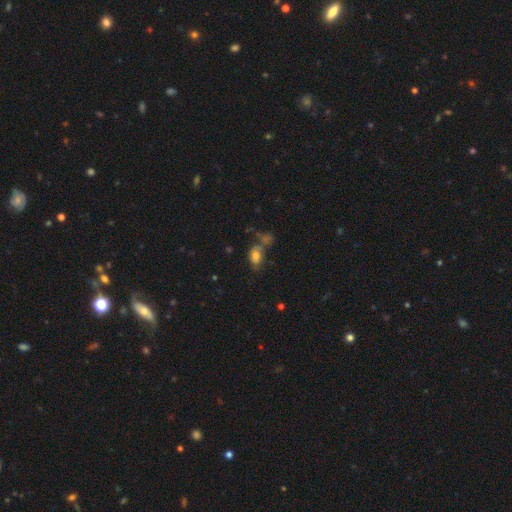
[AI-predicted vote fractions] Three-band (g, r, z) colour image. It shows a smooth galaxy with no disk features (77%) that is in between round and cigar-shaped (87%). Merging: none (45%).